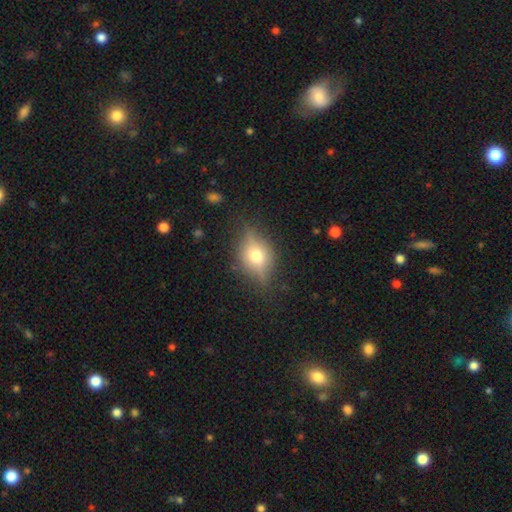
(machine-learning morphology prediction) This appears to be a featured or disk galaxy (47%). Merging: none (74%).